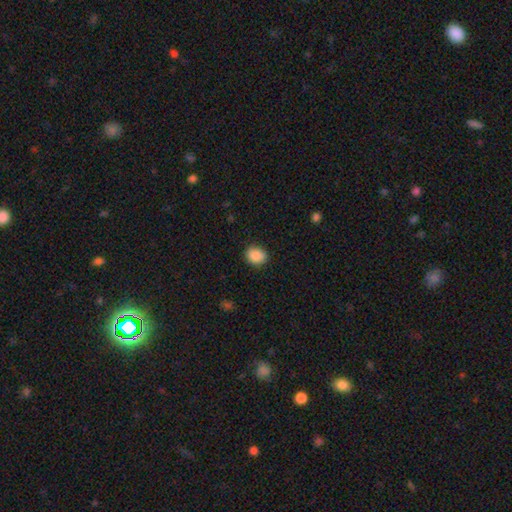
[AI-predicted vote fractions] smooth-or-featured: smooth: 88% | star or artifact: 8% | featured or disk: 4%
  how-rounded: round: 61% | in between: 39% | cigar-shaped: 1%
  merging: none: 88% | minor disturbance: 8% | major disturbance: 2% | merger: 1%